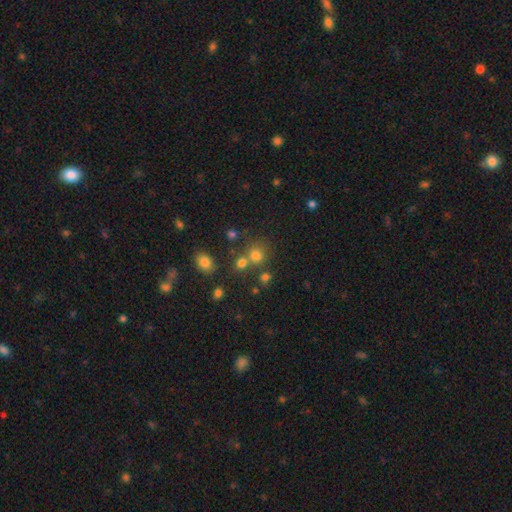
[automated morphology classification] This appears to be a smooth galaxy with no disk features (73%) that is round (81%). Merging: none (57%).